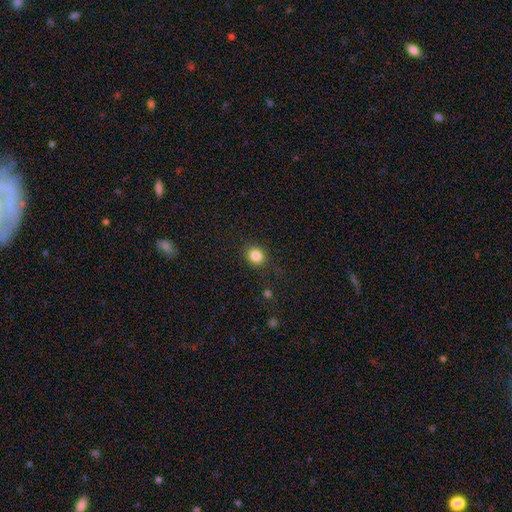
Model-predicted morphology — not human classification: type=smooth (85%); roundness=round (80%); merging=none (87%).